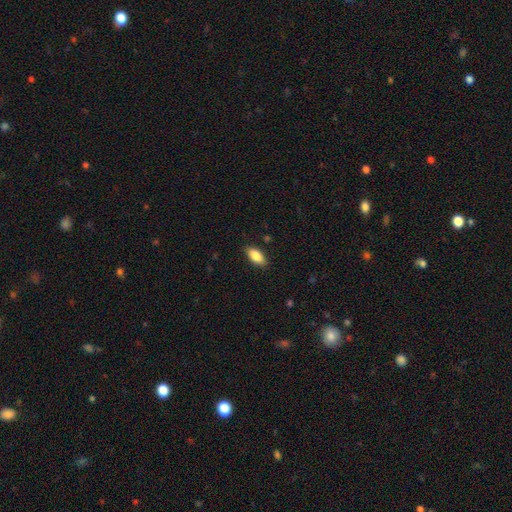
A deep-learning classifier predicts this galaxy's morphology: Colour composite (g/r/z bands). It shows a smooth galaxy with no disk features (87%) that is in between round and cigar-shaped (89%). Merging: none (86%).